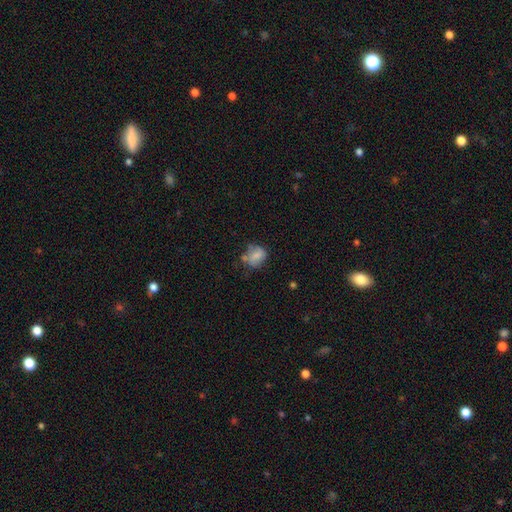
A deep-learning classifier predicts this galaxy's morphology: This appears to be a smooth galaxy with no disk features (71%) that is round (53%). Merging: none (47%).